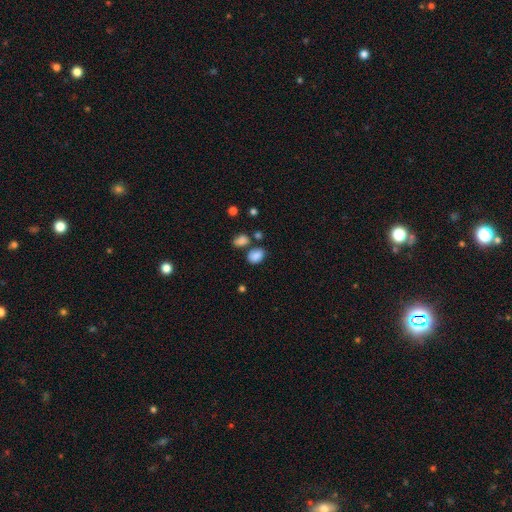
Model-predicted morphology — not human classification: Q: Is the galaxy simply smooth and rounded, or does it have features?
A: smooth — 83%.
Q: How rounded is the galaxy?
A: in between — 77%.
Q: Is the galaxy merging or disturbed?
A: none — 58%.